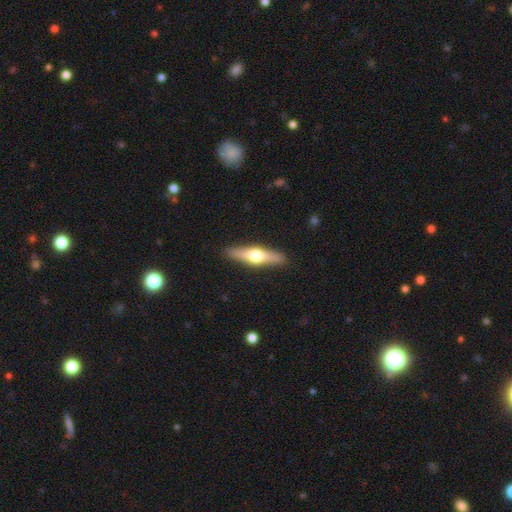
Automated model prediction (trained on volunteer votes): smooth_or_featured: featured or disk (p=0.56) [alt: smooth p=0.38]
disk_edge_on: yes (p=0.94) [alt: no p=0.06]
edge_on_bulge: rounded (p=0.95) [alt: boxy p=0.03]
merging: none (p=0.90) [alt: minor disturbance p=0.07]